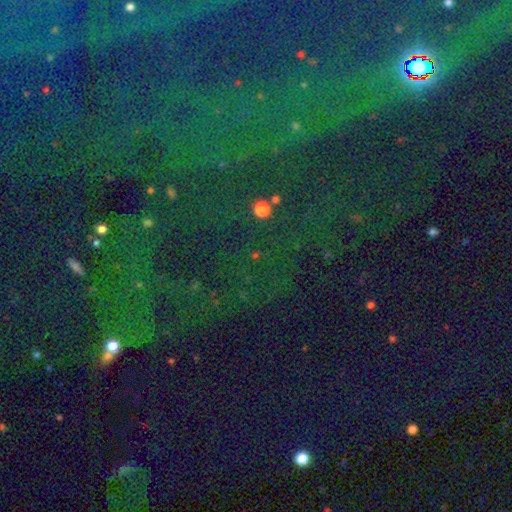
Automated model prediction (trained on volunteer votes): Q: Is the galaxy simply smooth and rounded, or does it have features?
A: star or artifact — 71%.